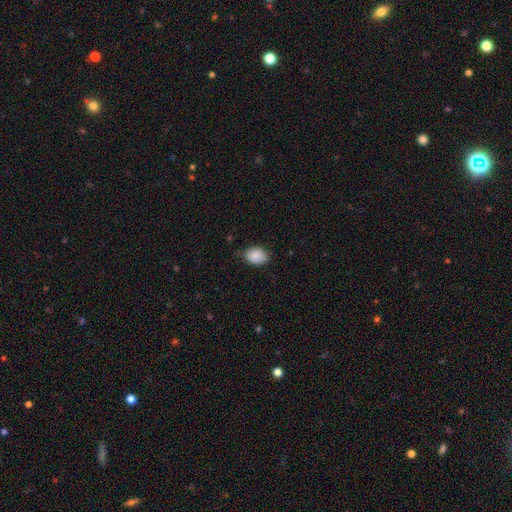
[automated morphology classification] Smooth or featured: smooth — 87% (star or artifact — 8%)
How rounded: in between — 71% (round — 28%)
Merging: none — 74% (minor disturbance — 22%)